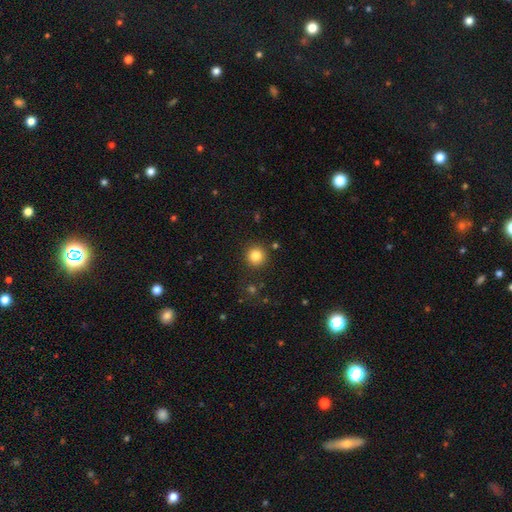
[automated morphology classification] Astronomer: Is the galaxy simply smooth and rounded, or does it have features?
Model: smooth — 84%.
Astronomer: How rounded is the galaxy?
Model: round — 94%.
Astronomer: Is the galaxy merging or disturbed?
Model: none — 90%.